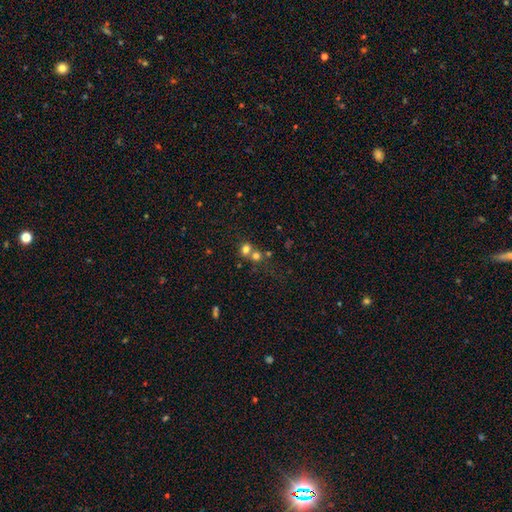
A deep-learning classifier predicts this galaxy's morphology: smooth 72%, star or artifact 17%, featured or disk 11%. Down the decision tree: how rounded — round (81%); merging — merger (49%).